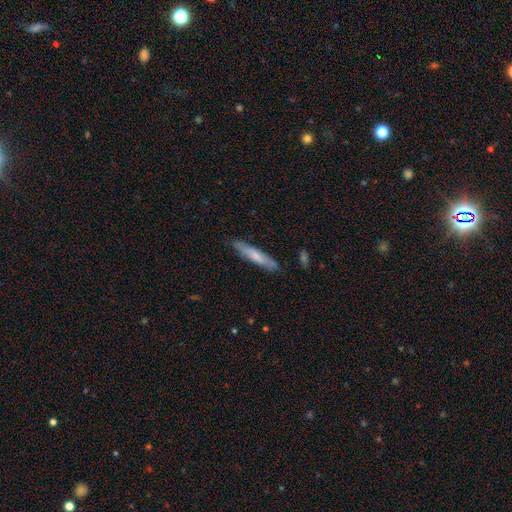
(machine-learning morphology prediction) Overall: smooth (59%; featured or disk 35%). How rounded: cigar-shaped (88%). Merging: none (83%).